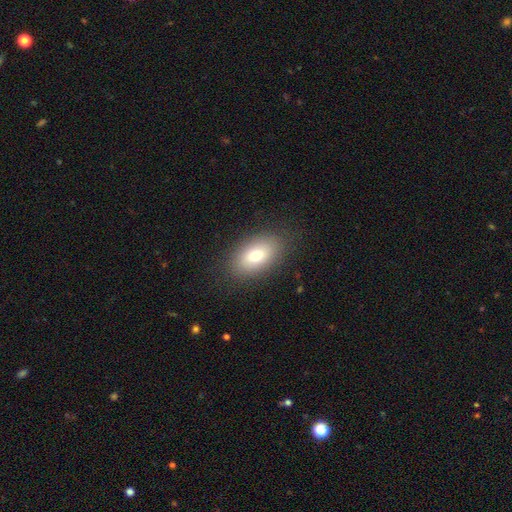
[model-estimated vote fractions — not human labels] Smooth or featured? Predicted: smooth (p=0.76). How rounded? Predicted: in between (p=0.91). Merging? Predicted: none (p=0.86).